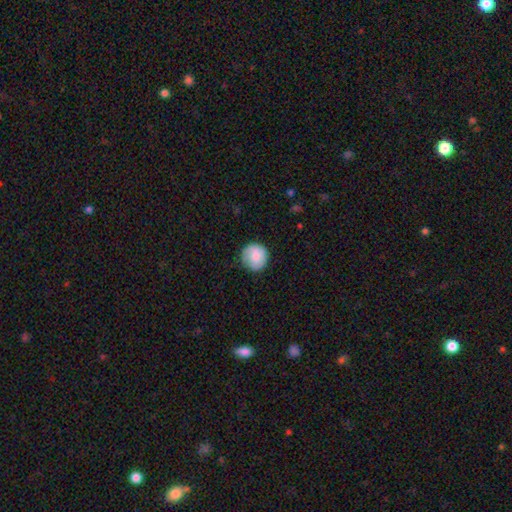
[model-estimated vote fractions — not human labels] A smooth galaxy with no disk features (83%) that is round (93%).

Vote fractions:
- Smooth or featured? smooth: 83% / featured or disk: 10% / star or artifact: 7%
- How rounded? round: 93% / in between: 6% / cigar-shaped: 1%
- Merging? none: 82% / minor disturbance: 14% / major disturbance: 3% / merger: 1%